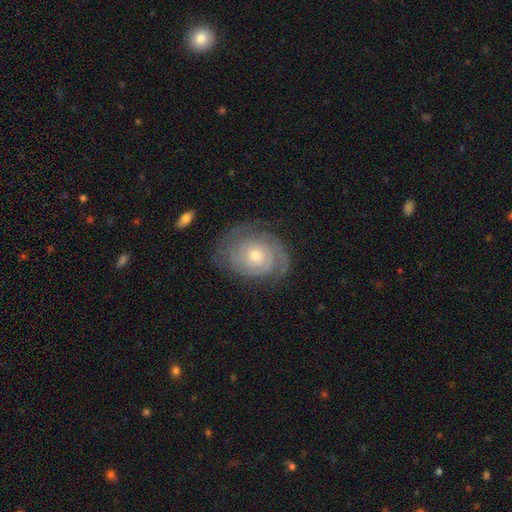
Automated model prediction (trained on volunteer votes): A featured or disk galaxy (82%) with no bar (78%), tight (77%) spiral arms (94%) and a moderate central bulge (48%, tied with small).

Vote fractions:
- Smooth or featured? featured or disk: 82% / smooth: 12% / star or artifact: 6%
- Edge-on disk? no: 97% / yes: 3%
- Bar? no: 78% / weak: 18% / strong: 3%
- Spiral arms? yes: 94% / no: 6%
- Spiral winding? tight: 77% / medium: 18% / loose: 5%
- Spiral arm count? can't tell: 34% / 2: 33% / 3: 16% / 1: 6% / 4: 6% / more than 4: 4%
- Bulge size? moderate: 48% (tied) / small: 48% (tied) / large: 2% / none: 1% / dominant: 1%
- Merging? none: 75% / minor disturbance: 17% / major disturbance: 7% / merger: 1%